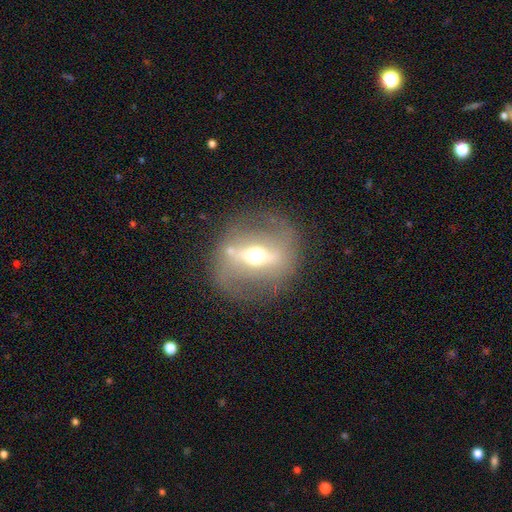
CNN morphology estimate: type=featured or disk (76%); edge-on=no (68%); bar=strong (74%); spiral arms=no (71%); bulge=moderate (69%); merging=none (80%).